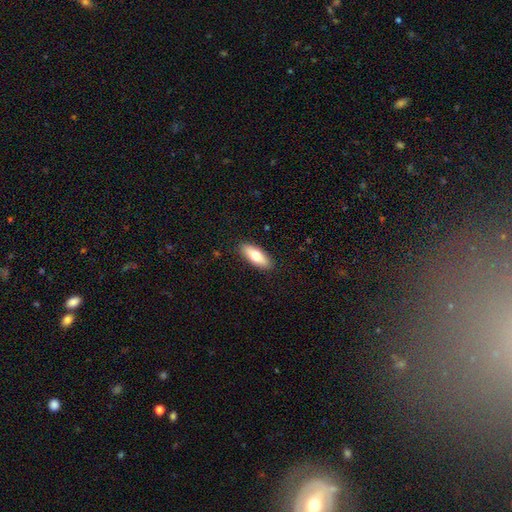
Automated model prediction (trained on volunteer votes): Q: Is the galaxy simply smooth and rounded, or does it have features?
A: smooth — 73%.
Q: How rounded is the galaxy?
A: in between — 73%.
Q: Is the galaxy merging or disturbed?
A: none — 89%.